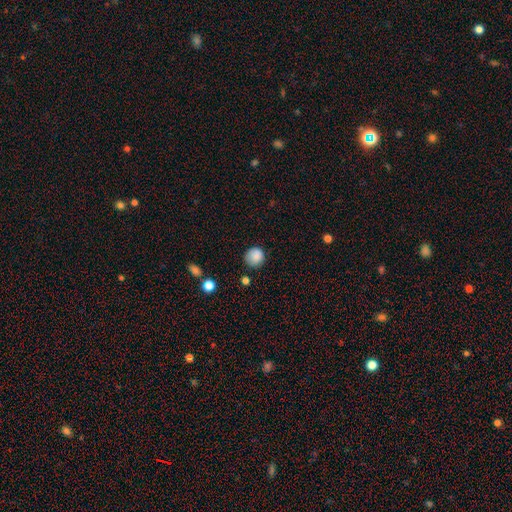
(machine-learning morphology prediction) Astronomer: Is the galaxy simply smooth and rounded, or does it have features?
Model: smooth — 85%.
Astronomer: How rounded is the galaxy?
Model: round — 88%.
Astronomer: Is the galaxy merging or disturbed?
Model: none — 76%.